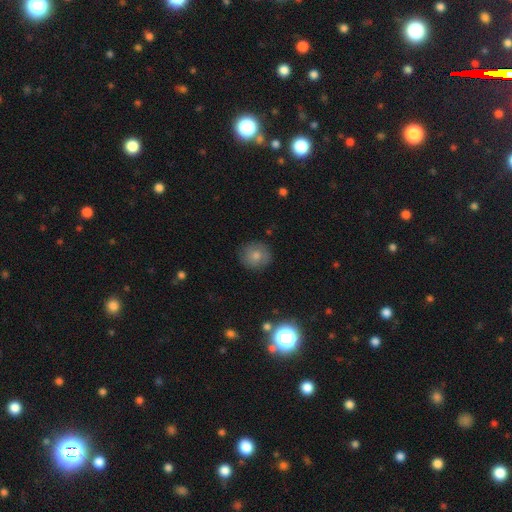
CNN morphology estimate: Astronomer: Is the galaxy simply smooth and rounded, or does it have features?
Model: smooth — 75%.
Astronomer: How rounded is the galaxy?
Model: round — 88%.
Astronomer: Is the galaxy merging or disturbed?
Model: none — 85%.